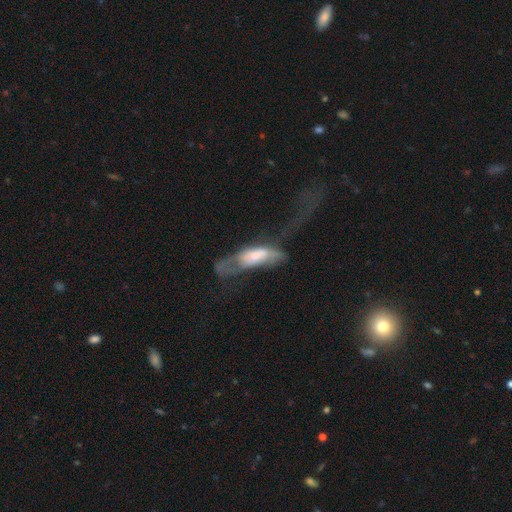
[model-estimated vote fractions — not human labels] The model was most divided on "smooth or featured": smooth: 47%, featured or disk: 46%, star or artifact: 7%. More confident: merging — major disturbance (57%).